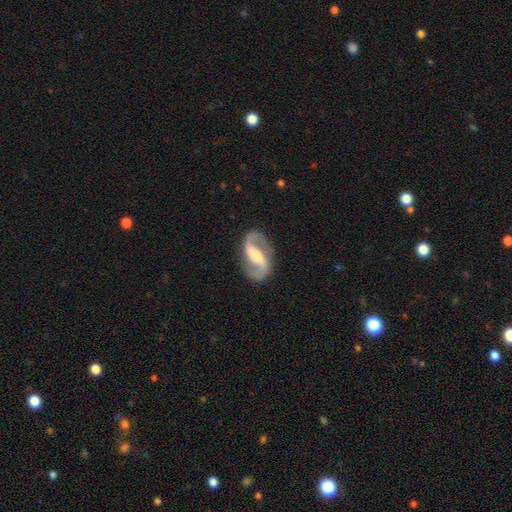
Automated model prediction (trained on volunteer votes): Smooth or featured? Predicted: featured or disk (p=0.90). Edge-on disk? Predicted: no (p=0.97). Bar? Predicted: strong (p=0.47). Spiral arms? Predicted: yes (p=0.96). Spiral winding? Predicted: medium (p=0.47). Spiral arm count? Predicted: 2 (p=0.94). Bulge size? Predicted: moderate (p=0.52). Merging? Predicted: none (p=0.86).